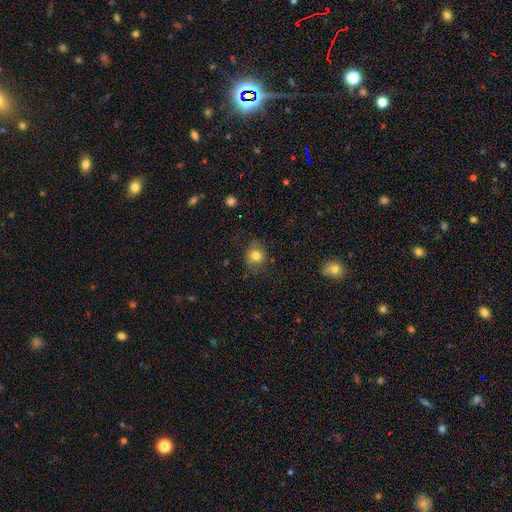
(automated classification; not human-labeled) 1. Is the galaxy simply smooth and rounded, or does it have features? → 80% smooth, 11% star or artifact, 9% featured or disk.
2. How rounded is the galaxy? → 74% round, 25% in between, 1% cigar-shaped.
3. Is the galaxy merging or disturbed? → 75% none, 18% minor disturbance, 5% major disturbance, 1% merger.